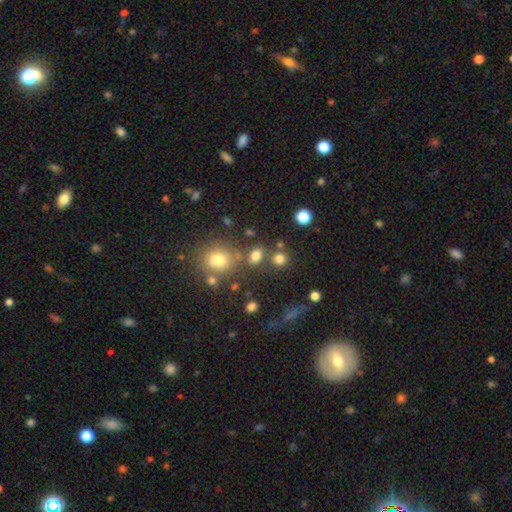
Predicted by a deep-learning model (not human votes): smooth_or_featured: smooth (p=0.77) [alt: star or artifact p=0.16]
how_rounded: round (p=0.49) [tied with: in between p=0.49]
merging: none (p=0.68) [alt: merger p=0.16]